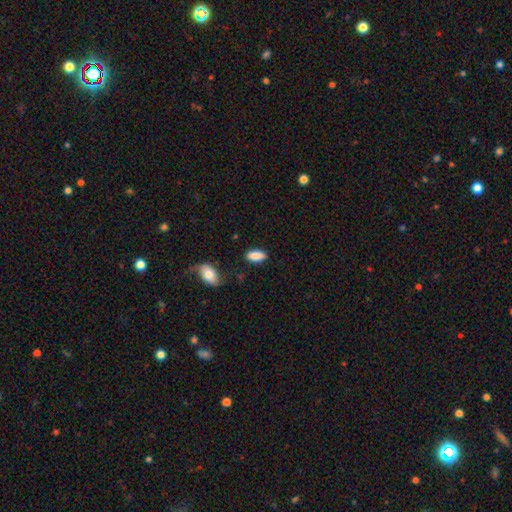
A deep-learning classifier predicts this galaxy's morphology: Smooth or featured?
  - smooth: 87% *
  - featured or disk: 7%
  - star or artifact: 7%
How rounded?
  - in between: 86% *
  - cigar-shaped: 12%
  - round: 3%
Merging?
  - none: 82% *
  - minor disturbance: 12%
  - major disturbance: 3%
  - merger: 3%